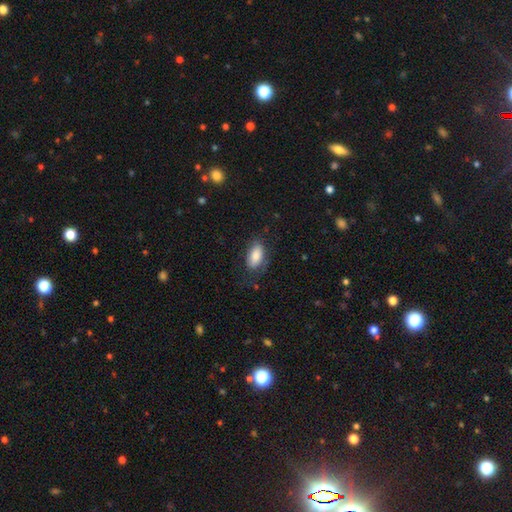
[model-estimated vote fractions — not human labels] Smooth or featured? Predicted: smooth (p=0.81). How rounded? Predicted: in between (p=0.92). Merging? Predicted: none (p=0.65).